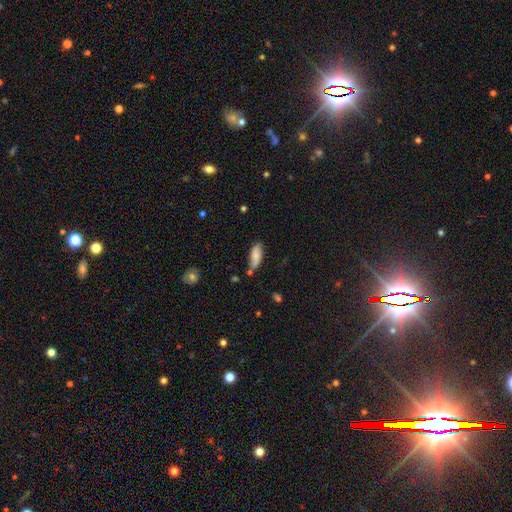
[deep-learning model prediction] smooth 73%, featured or disk 19%, star or artifact 8%. Down the decision tree: how rounded — in between (74%); merging — none (60%).